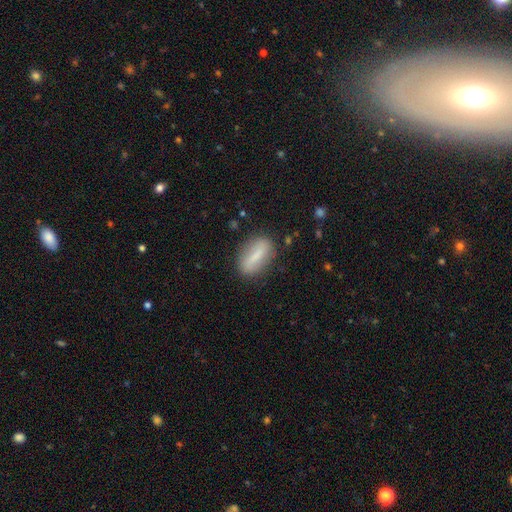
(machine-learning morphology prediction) Smooth or featured? smooth (65%)
How rounded? in between (74%)
Merging? none (82%)